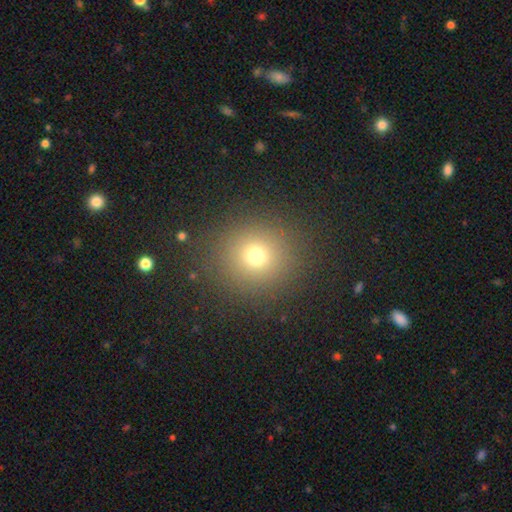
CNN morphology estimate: Smooth or featured? smooth (72%)
How rounded? round (90%)
Merging? none (88%)